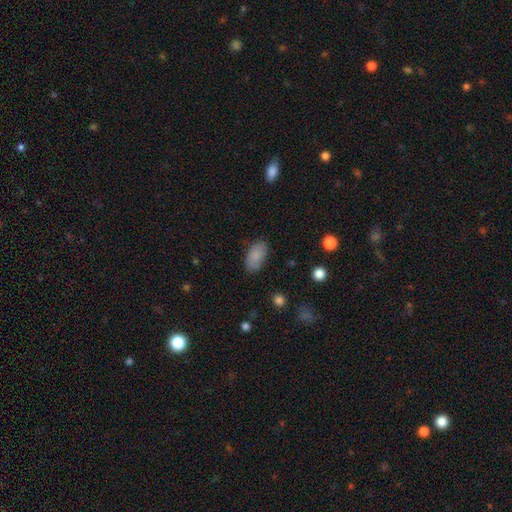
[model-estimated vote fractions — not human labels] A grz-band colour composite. It shows a smooth galaxy with no disk features (84%) that is in between round and cigar-shaped (94%). Merging: none (80%).